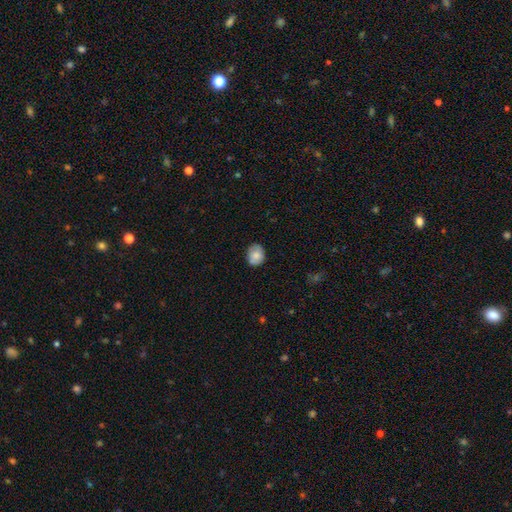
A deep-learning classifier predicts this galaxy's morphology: This appears to be a smooth galaxy with no disk features (78%) that is in between round and cigar-shaped (50%). Merging: none (79%).